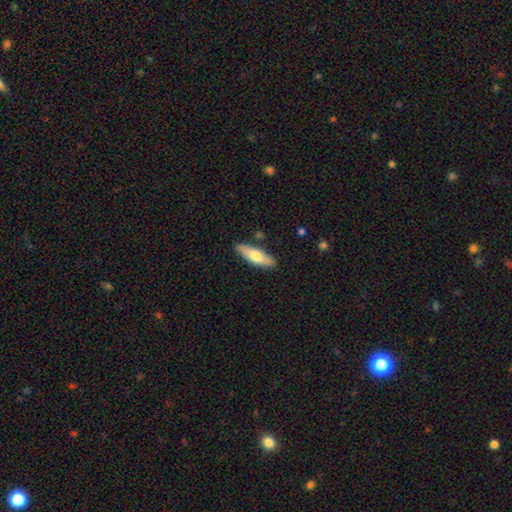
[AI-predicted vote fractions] A smooth galaxy with no disk features (62%) that is cigar-shaped (49%, tied with in between).

Vote fractions:
- Smooth or featured? smooth: 62% / featured or disk: 33% / star or artifact: 5%
- How rounded? cigar-shaped: 49% (tied) / in between: 49% (tied) / round: 2%
- Merging? none: 85% / minor disturbance: 11% / merger: 2% / major disturbance: 2%